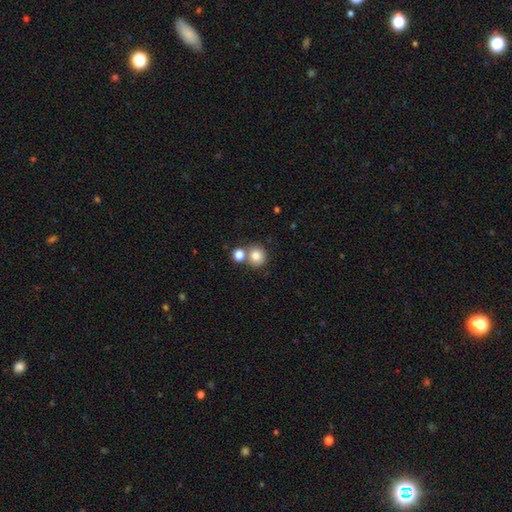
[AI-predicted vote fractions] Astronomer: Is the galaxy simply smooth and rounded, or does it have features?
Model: smooth — 82%.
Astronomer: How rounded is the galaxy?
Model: round — 88%.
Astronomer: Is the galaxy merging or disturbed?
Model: none — 62%.